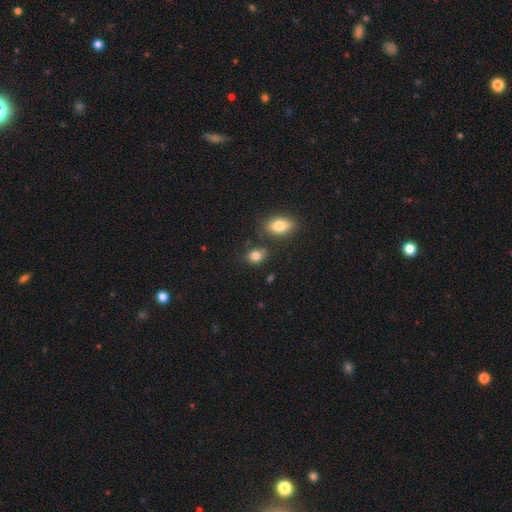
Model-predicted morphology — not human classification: This is clearly a smooth galaxy (83%). How rounded: possibly in between (57%). Merging: likely none (70%).